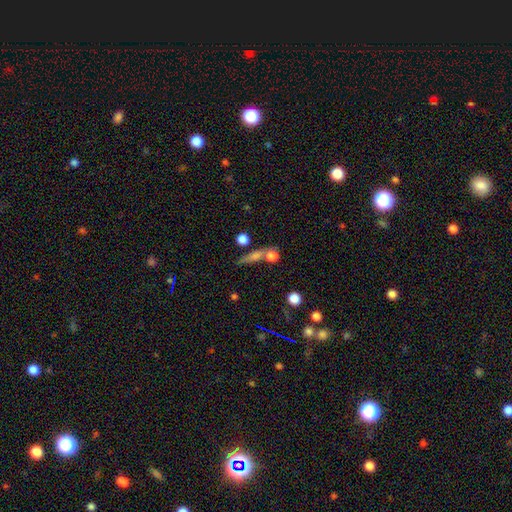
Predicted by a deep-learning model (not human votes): Morphology: type=smooth (55%); roundness=cigar-shaped (46%); merging=none (52%).